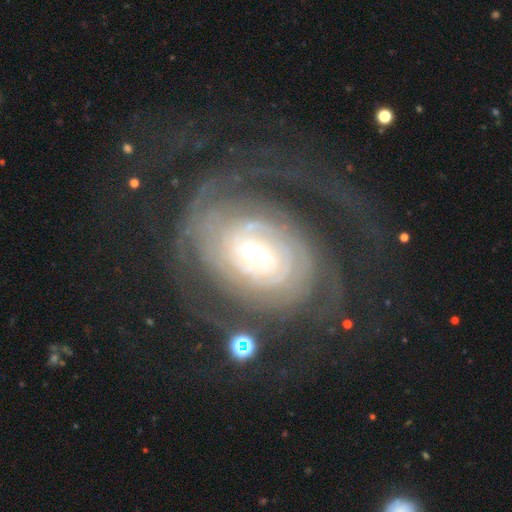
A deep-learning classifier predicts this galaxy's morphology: Smooth or featured?
  - featured or disk: 88% *
  - smooth: 7%
  - star or artifact: 5%
Edge-on disk?
  - no: 97% *
  - yes: 3%
Bar?
  - no: 56% *
  - weak: 32%
  - strong: 12%
Spiral arms?
  - yes: 94% *
  - no: 6%
Spiral winding?
  - tight: 69% *
  - medium: 20%
  - loose: 10%
Spiral arm count?
  - can't tell: 36% *
  - 2: 23%
  - 3: 12%
  - 4: 10%
  - more than 4: 10%
  - 1: 9%
Bulge size?
  - moderate: 51% *
  - small: 38%
  - large: 9%
  - dominant: 2%
  - none: 1%
Merging?
  - none: 56% *
  - major disturbance: 27%
  - minor disturbance: 14%
  - merger: 3%